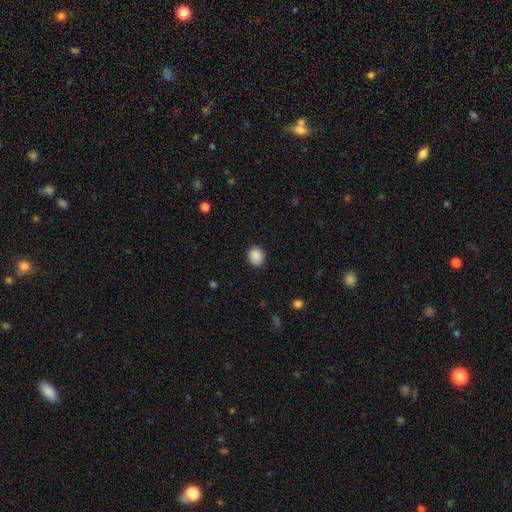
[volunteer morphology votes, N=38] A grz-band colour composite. It shows a smooth galaxy with no disk features (92%) that is round (54%). Merging: none (94%).